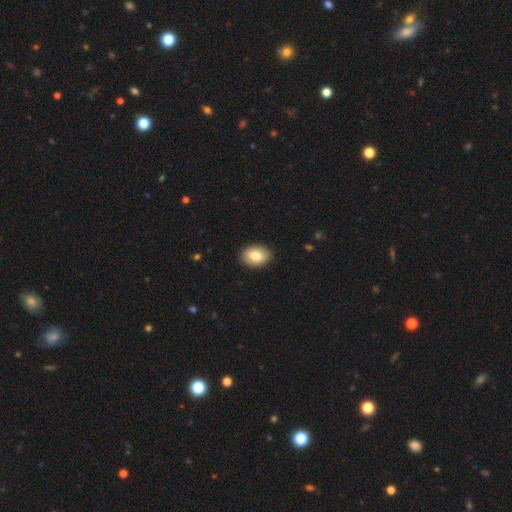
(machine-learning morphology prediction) Smooth or featured? smooth (86%)
How rounded? in between (86%)
Merging? none (89%)